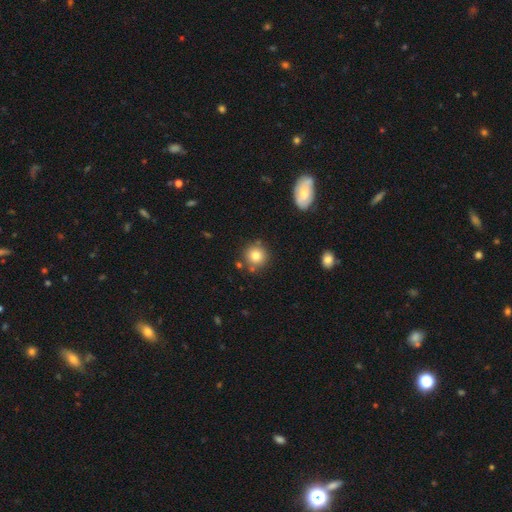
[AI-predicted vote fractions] smooth 80%, star or artifact 11%, featured or disk 9%. Down the decision tree: how rounded — round (93%); merging — none (81%).